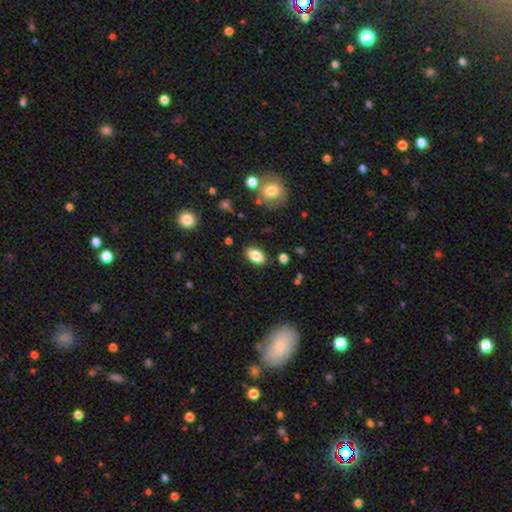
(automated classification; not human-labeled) This appears to be a smooth galaxy with no disk features (83%) that is in between round and cigar-shaped (90%). Merging: none (86%).